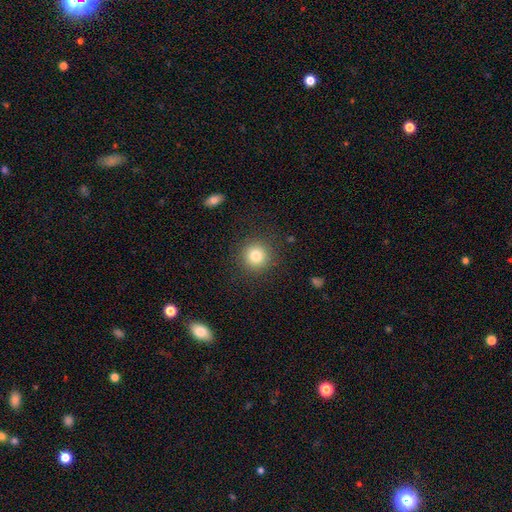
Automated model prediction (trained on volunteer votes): A smooth galaxy with no disk features (81%) that is round (94%). Merging: none (90%).